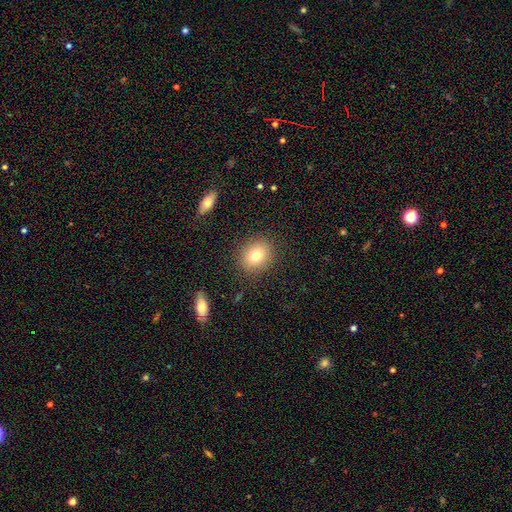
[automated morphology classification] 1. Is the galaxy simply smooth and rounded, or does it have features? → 77% smooth, 12% featured or disk, 11% star or artifact.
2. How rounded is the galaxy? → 62% round, 37% in between, 1% cigar-shaped.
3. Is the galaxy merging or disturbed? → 87% none, 9% minor disturbance, 3% major disturbance, 1% merger.